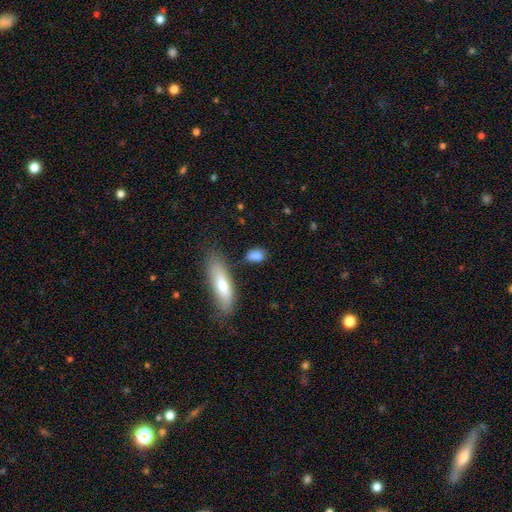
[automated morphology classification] Smooth or featured: smooth — 81% (featured or disk — 10%)
How rounded: in between — 75% (cigar-shaped — 13%)
Merging: none — 63% (minor disturbance — 20%)